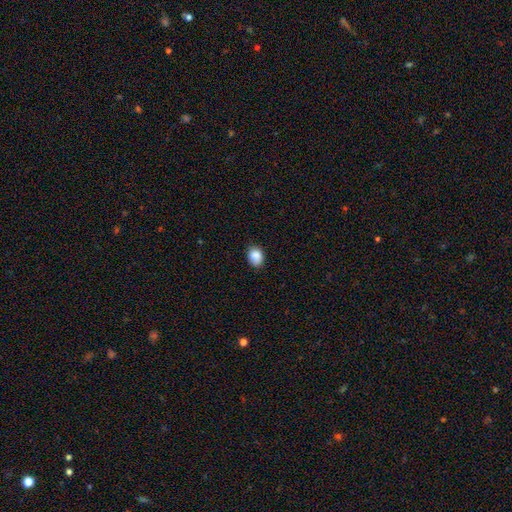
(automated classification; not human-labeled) The model was most divided on "how rounded": in between: 57%, round: 42%, cigar-shaped: 1%. More confident: smooth or featured — smooth (87%); merging — none (73%).